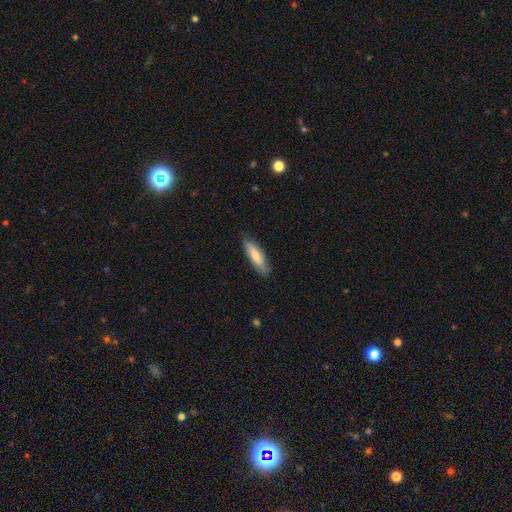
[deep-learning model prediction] Smooth or featured: smooth — 72% (featured or disk — 23%)
How rounded: cigar-shaped — 55% (in between — 44%)
Merging: none — 79% (minor disturbance — 17%)